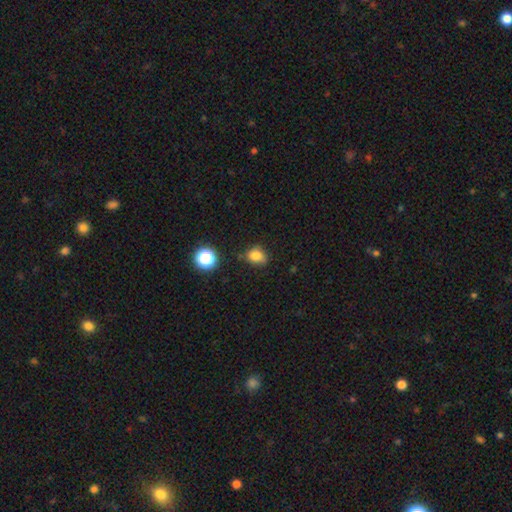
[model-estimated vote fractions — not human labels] Q: Smooth or featured?
A: smooth (80%); runner-up: star or artifact (13%)
Q: How rounded?
A: round (52%); runner-up: in between (47%)
Q: Merging?
A: none (71%); runner-up: minor disturbance (21%)